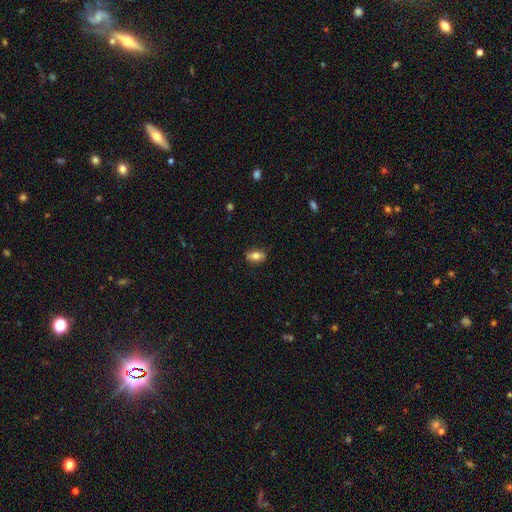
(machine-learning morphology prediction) A smooth galaxy with no disk features (72%) that is in between round and cigar-shaped (83%). Merging: none (83%).